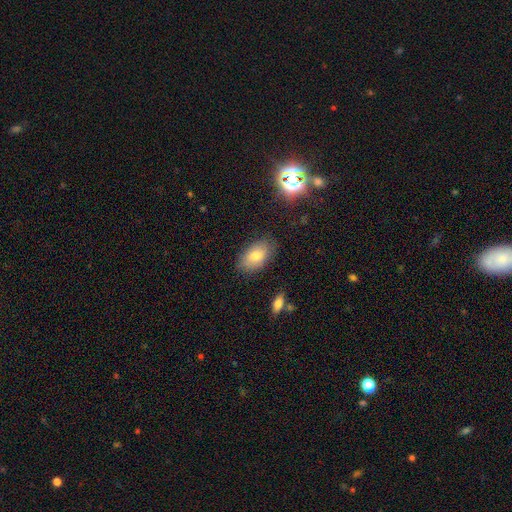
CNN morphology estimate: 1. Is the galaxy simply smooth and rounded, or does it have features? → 78% smooth, 13% featured or disk, 10% star or artifact.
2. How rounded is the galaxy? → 92% in between, 6% round, 2% cigar-shaped.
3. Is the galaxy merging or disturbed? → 82% none, 13% minor disturbance, 3% major disturbance, 2% merger.